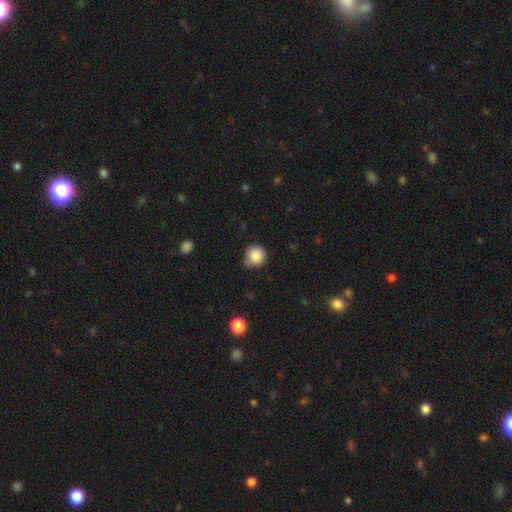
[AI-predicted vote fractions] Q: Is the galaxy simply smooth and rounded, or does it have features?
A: smooth — 87%.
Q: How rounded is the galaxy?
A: round — 92%.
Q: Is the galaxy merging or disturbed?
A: none — 72%.